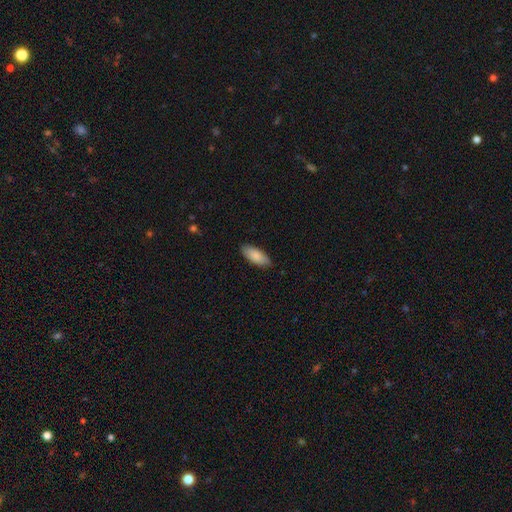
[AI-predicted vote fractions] smooth_or_featured: smooth (p=0.87) [alt: featured or disk p=0.07]
how_rounded: in between (p=0.84) [alt: cigar-shaped p=0.15]
merging: none (p=0.86) [alt: minor disturbance p=0.11]